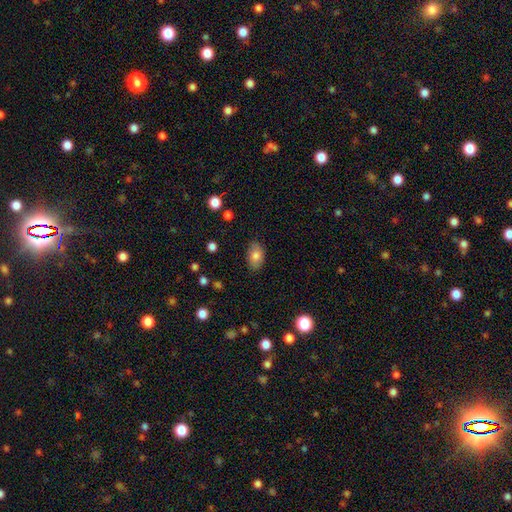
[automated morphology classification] The model was most divided on "smooth or featured": smooth: 81%, featured or disk: 11%, star or artifact: 8%. More confident: how rounded — in between (89%); merging — none (84%).